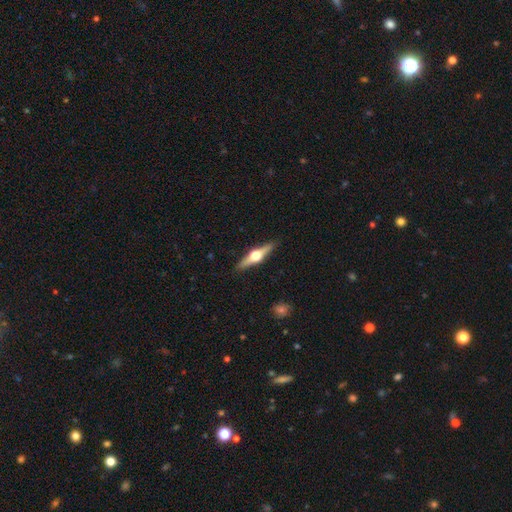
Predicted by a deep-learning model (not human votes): The model was most divided on "smooth or featured": featured or disk: 75%, smooth: 20%, star or artifact: 5%. More confident: edge-on disk — yes (98%); edge-on bulge — rounded (96%); merging — none (91%).